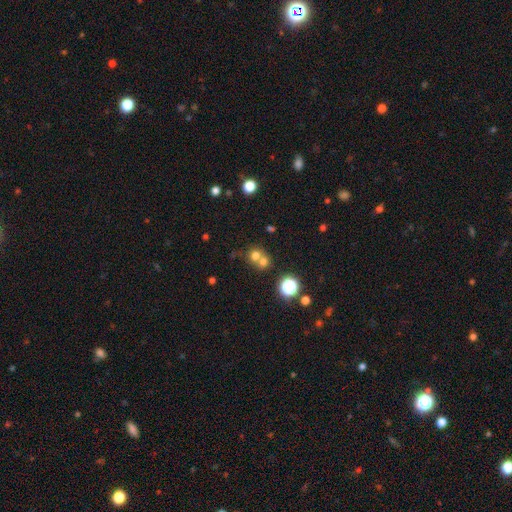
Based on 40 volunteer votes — smooth-or-featured: smooth: 72% | featured or disk: 20% | star or artifact: 8%
  how-rounded: round: 72% | in between: 24% | cigar-shaped: 3%
  merging: merger: 54% | none: 38% | minor disturbance: 5% | major disturbance: 3%